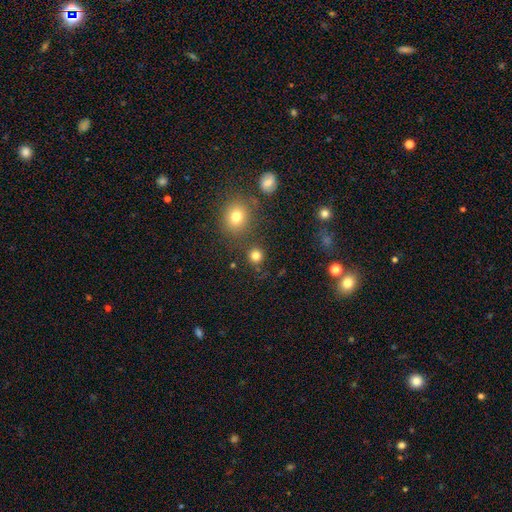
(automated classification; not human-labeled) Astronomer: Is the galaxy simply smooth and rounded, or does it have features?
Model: smooth — 80%.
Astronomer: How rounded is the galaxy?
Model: round — 91%.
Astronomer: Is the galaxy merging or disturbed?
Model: none — 83%.